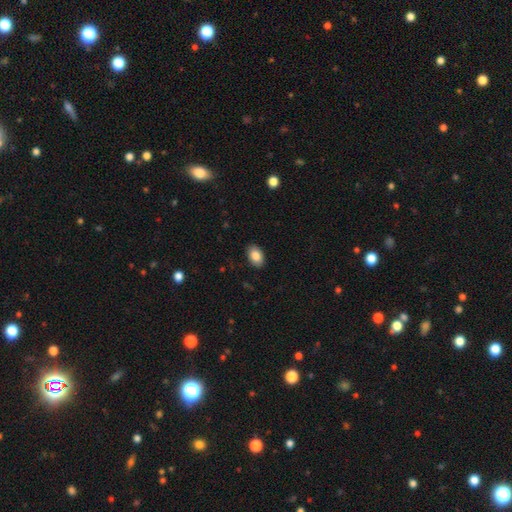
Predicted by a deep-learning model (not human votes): Morphology: type=smooth (85%); roundness=in between (88%); merging=none (89%).